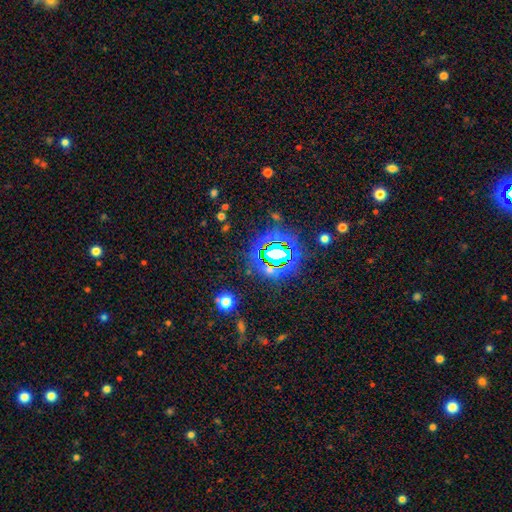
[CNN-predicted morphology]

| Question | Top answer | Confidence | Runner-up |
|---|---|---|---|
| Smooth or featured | star or artifact | 83% | smooth (9%) |